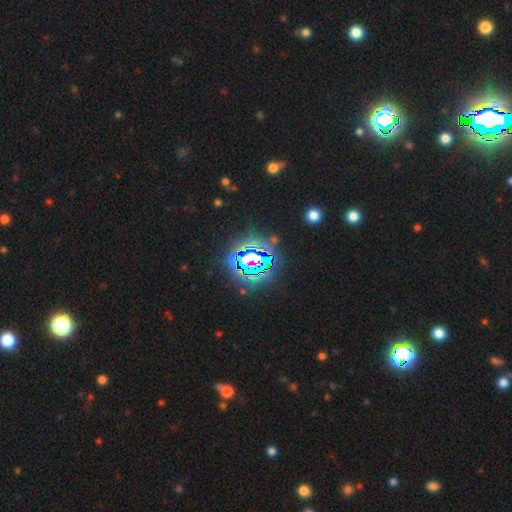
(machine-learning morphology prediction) Smooth or featured?
  - star or artifact: 79% *
  - smooth: 11%
  - featured or disk: 10%